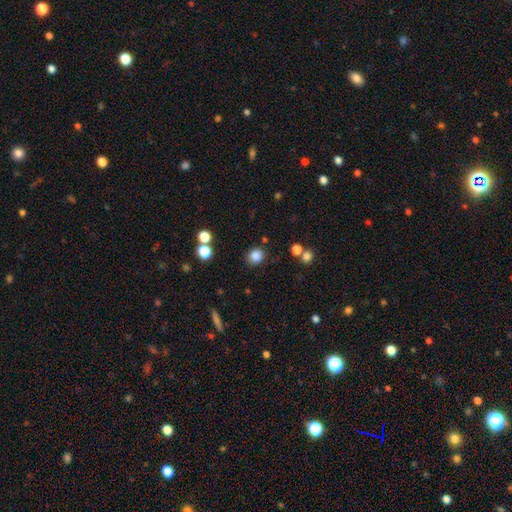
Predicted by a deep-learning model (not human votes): Q: Smooth or featured?
A: smooth (85%); runner-up: star or artifact (12%)
Q: How rounded?
A: round (75%); runner-up: in between (24%)
Q: Merging?
A: none (83%); runner-up: minor disturbance (10%)